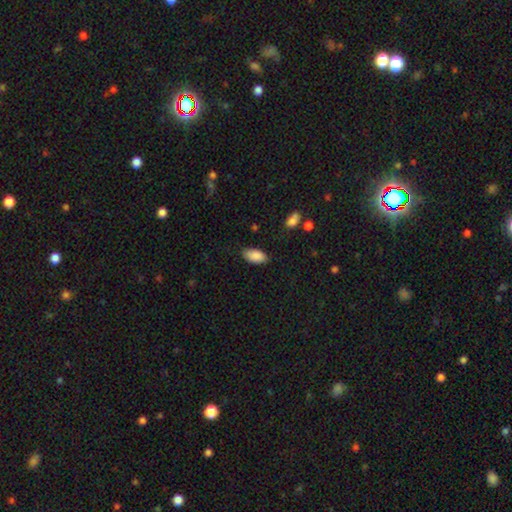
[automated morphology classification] smooth-or-featured: smooth: 88% | star or artifact: 7% | featured or disk: 5%
  how-rounded: in between: 94% | cigar-shaped: 3% | round: 3%
  merging: none: 80% | minor disturbance: 16% | major disturbance: 3% | merger: 1%